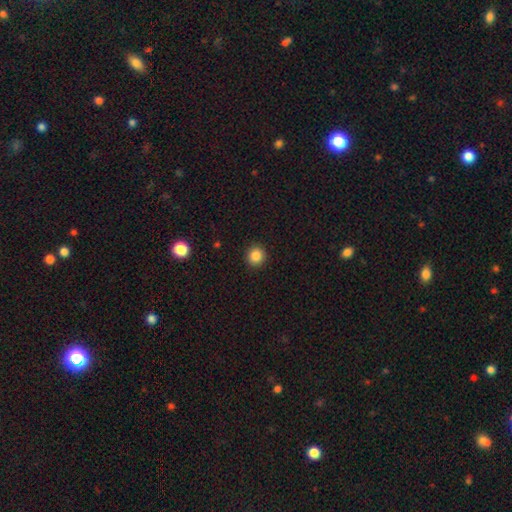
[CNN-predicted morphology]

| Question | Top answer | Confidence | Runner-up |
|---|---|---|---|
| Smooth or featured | smooth | 86% | star or artifact (10%) |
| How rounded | round | 91% | in between (8%) |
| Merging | none | 92% | minor disturbance (5%) |